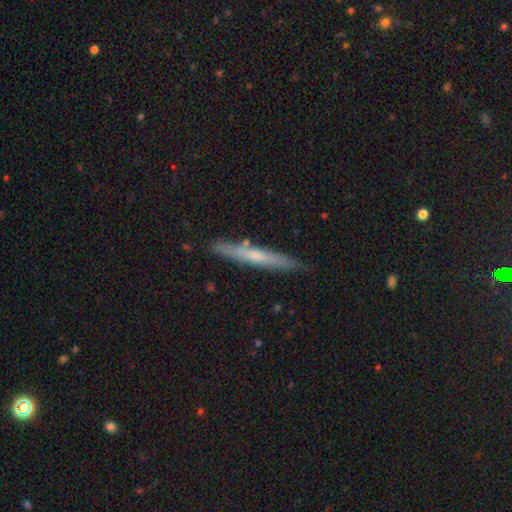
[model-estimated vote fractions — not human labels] smooth 48%, featured or disk 46%, star or artifact 6%. Down the decision tree: merging — none (84%).